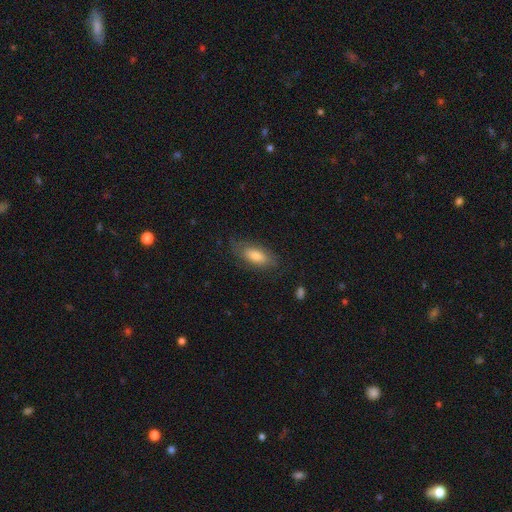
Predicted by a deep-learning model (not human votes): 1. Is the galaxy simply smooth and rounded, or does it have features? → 72% smooth, 22% featured or disk, 6% star or artifact.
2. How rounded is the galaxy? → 83% in between, 14% cigar-shaped, 2% round.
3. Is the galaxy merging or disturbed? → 71% none, 21% minor disturbance, 7% major disturbance, 1% merger.